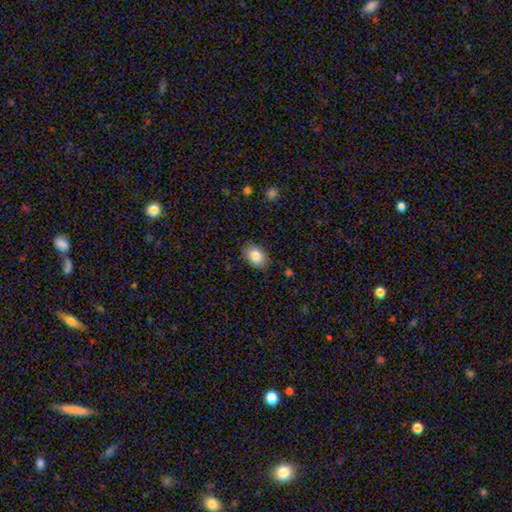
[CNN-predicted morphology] Overall: smooth (84%). How rounded: in between (78%). Merging: none (85%).